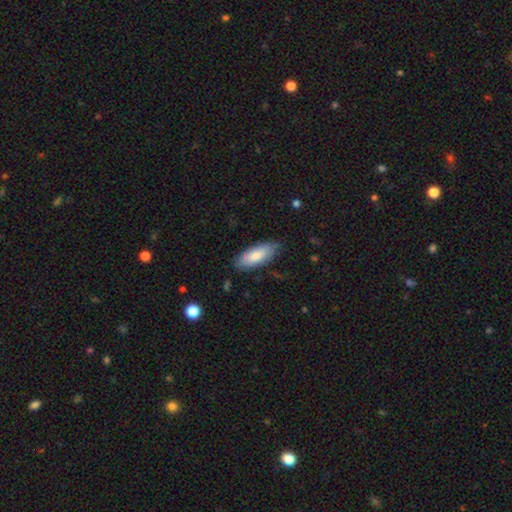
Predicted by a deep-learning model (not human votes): smooth 76%, featured or disk 18%, star or artifact 5%. Down the decision tree: how rounded — in between (80%); merging — none (78%).